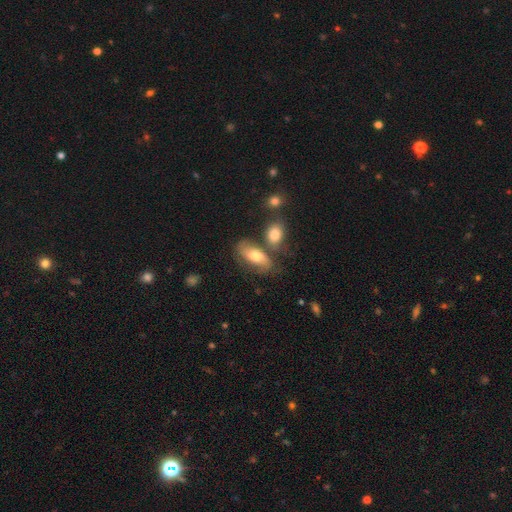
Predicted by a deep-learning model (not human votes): Smooth or featured?
  - smooth: 54% *
  - featured or disk: 38%
  - star or artifact: 8%
How rounded?
  - in between: 86% *
  - cigar-shaped: 9%
  - round: 5%
Merging?
  - none: 52% *
  - merger: 21%
  - minor disturbance: 18%
  - major disturbance: 8%